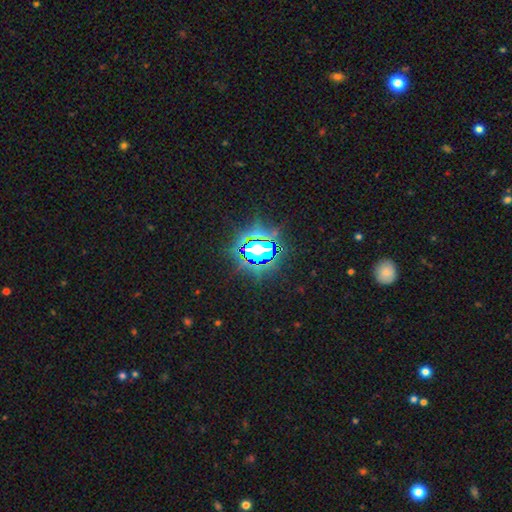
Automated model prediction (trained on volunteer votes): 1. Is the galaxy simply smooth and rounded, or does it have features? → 84% star or artifact, 10% smooth, 6% featured or disk.